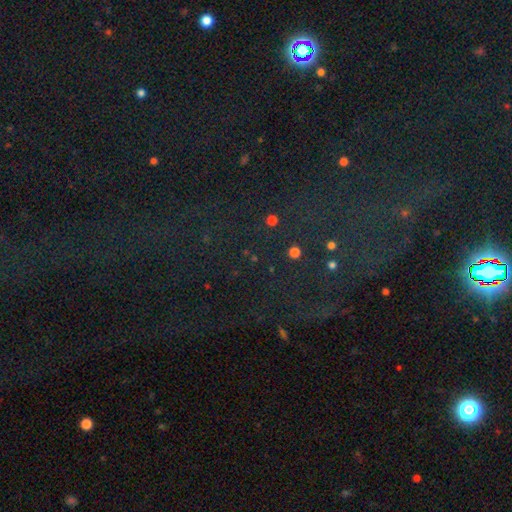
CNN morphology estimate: Smooth or featured: star or artifact — 76% (smooth — 13%)